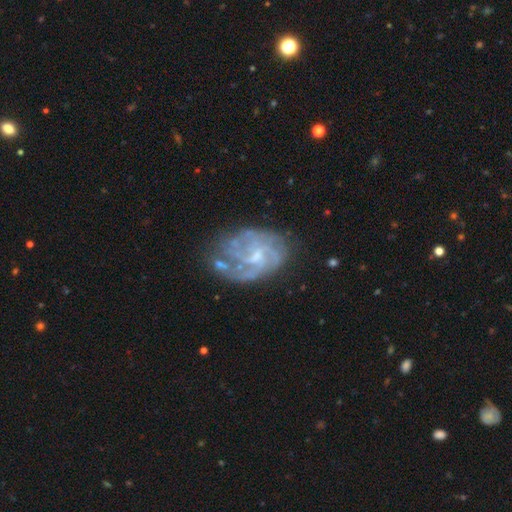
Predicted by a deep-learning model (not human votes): Morphology: type=featured or disk (82%); edge-on=no (98%); bar=weak (47%); spiral arms=yes (89%); winding=tight (47%); arm count=can't tell (36%); bulge=small (55%); merging=none (58%).